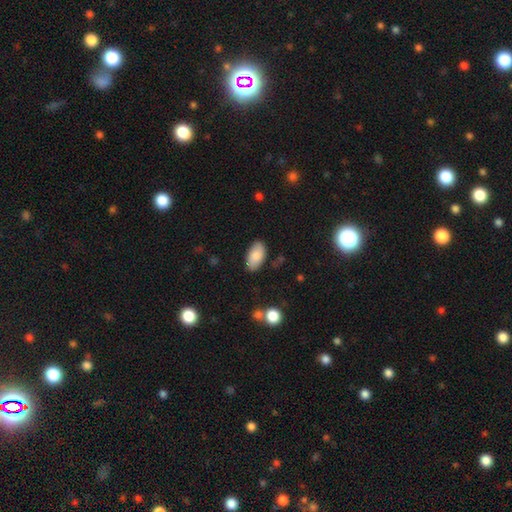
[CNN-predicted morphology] smooth-or-featured: smooth: 84% | featured or disk: 10% | star or artifact: 6%
  how-rounded: in between: 95% | round: 3% | cigar-shaped: 2%
  merging: none: 84% | minor disturbance: 12% | major disturbance: 3% | merger: 2%